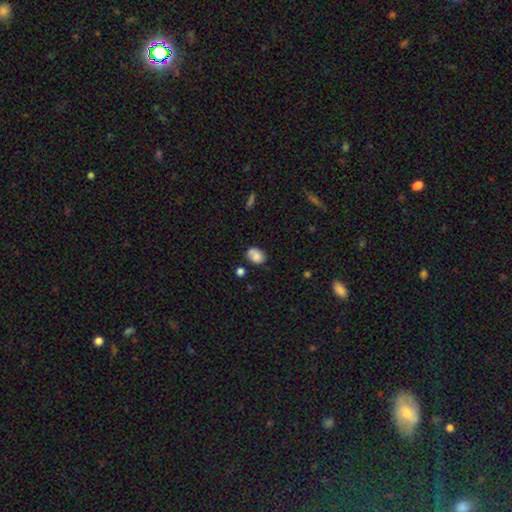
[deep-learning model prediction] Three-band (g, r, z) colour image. It shows a smooth galaxy with no disk features (79%) that is in between round and cigar-shaped (75%). Merging: none (57%).